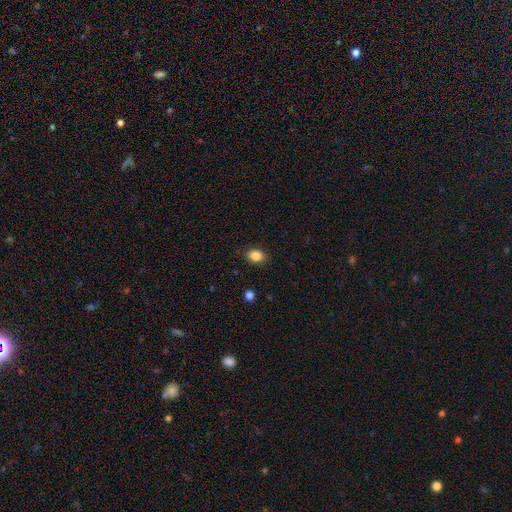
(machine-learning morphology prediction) Smooth or featured? Predicted: smooth (p=0.85). How rounded? Predicted: in between (p=0.68). Merging? Predicted: none (p=0.87).